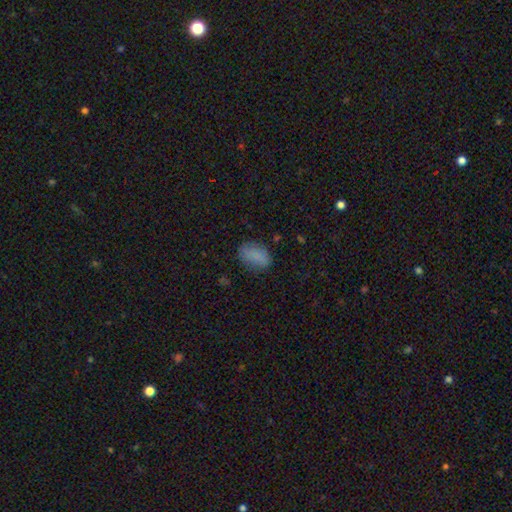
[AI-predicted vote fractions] Q: Smooth or featured?
A: smooth (82%); runner-up: star or artifact (10%)
Q: How rounded?
A: in between (87%); runner-up: round (11%)
Q: Merging?
A: none (74%); runner-up: minor disturbance (19%)